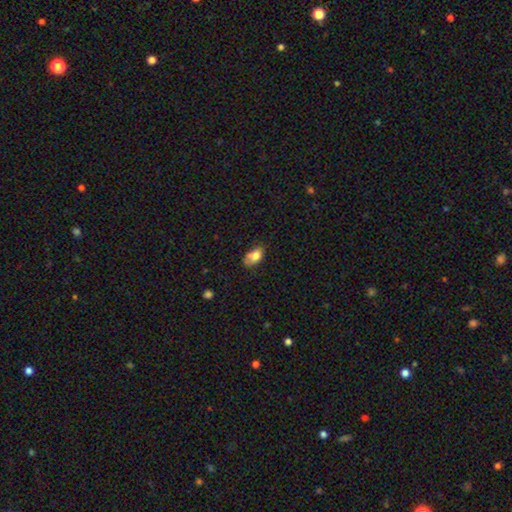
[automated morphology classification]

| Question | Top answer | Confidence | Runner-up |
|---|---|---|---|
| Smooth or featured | smooth | 74% | featured or disk (16%) |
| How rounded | in between | 85% | round (12%) |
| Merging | none | 40% | minor disturbance (34%) |